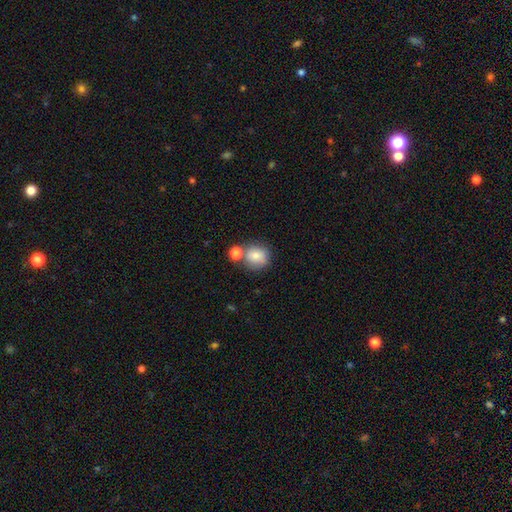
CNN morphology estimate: smooth-or-featured: smooth: 77% | featured or disk: 13% | star or artifact: 10%
  how-rounded: round: 82% | in between: 17% | cigar-shaped: 1%
  merging: none: 55% | merger: 28% | minor disturbance: 13% | major disturbance: 5%